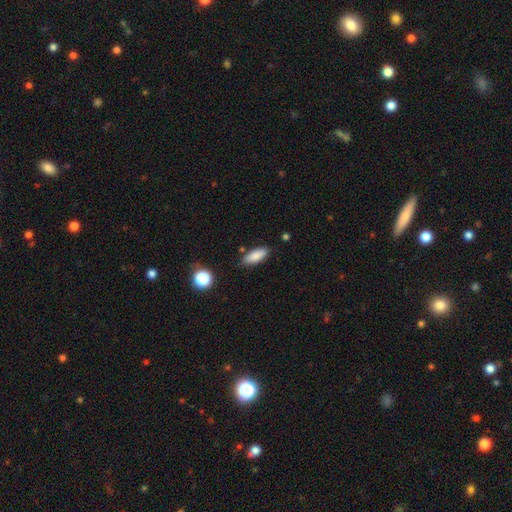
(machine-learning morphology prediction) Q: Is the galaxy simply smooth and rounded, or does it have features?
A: smooth — 85%.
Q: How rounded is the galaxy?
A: in between — 73%.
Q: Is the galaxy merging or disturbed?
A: none — 81%.